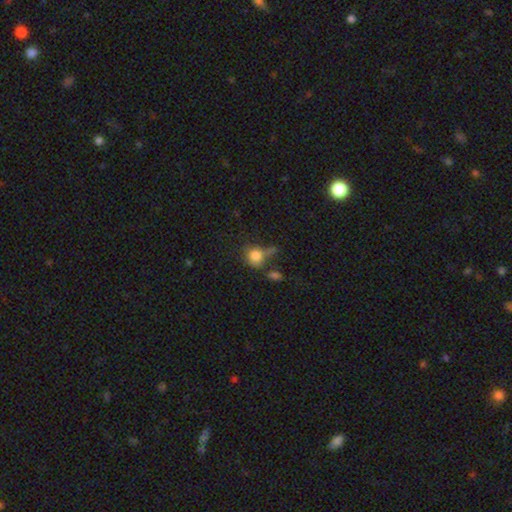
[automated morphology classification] smooth-or-featured: smooth: 79% | star or artifact: 11% | featured or disk: 10%
  how-rounded: round: 73% | in between: 26% | cigar-shaped: 2%
  merging: none: 42% | minor disturbance: 21% | merger: 20% | major disturbance: 17%